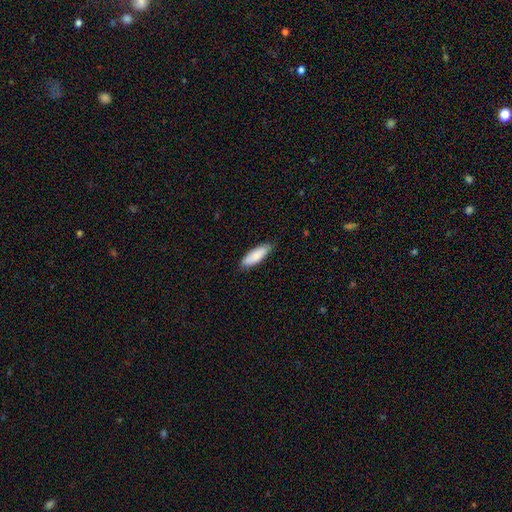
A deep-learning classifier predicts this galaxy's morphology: Overall: smooth (85%). How rounded: in between (60%; cigar-shaped 38%). Merging: none (84%).